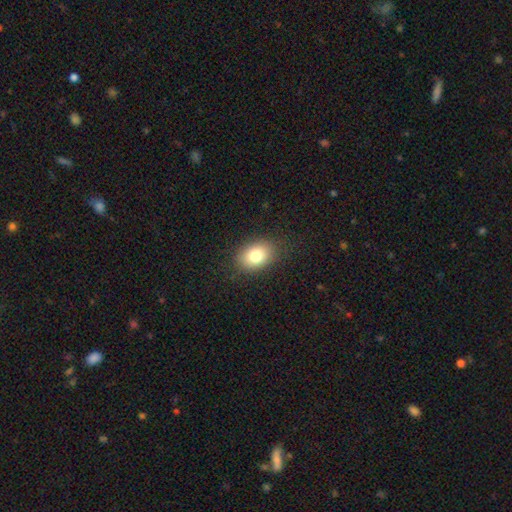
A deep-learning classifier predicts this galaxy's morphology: A smooth galaxy with no disk features (80%) that is in between round and cigar-shaped (73%). Merging: none (85%).